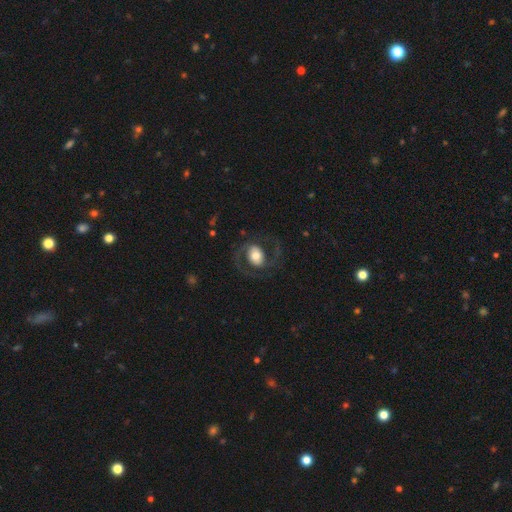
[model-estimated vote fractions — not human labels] A featured or disk galaxy (68%) with no bar (50%), 2 (90%) medium (55%) spiral arms (84%) and a moderate central bulge (54%). Merging: none (70%).